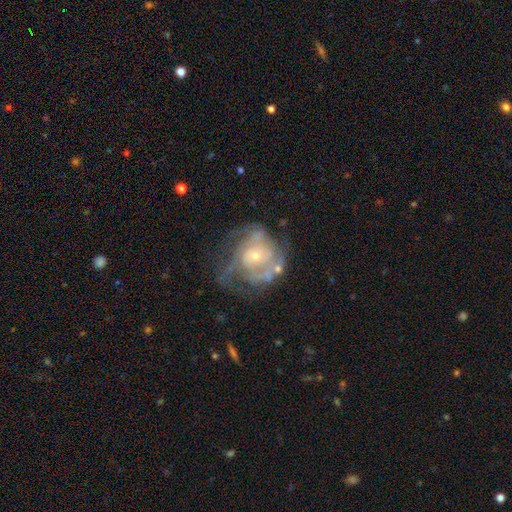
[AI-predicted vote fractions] Q: Smooth or featured?
A: featured or disk (78%); runner-up: smooth (15%)
Q: Edge-on disk?
A: no (97%); runner-up: yes (3%)
Q: Bar?
A: no (75%); runner-up: weak (21%)
Q: Spiral arms?
A: yes (79%); runner-up: no (21%)
Q: Spiral winding?
A: tight (48%); runner-up: medium (36%)
Q: Spiral arm count?
A: can't tell (41%); runner-up: 2 (23%)
Q: Bulge size?
A: small (68%); runner-up: moderate (28%)
Q: Merging?
A: none (45%); runner-up: major disturbance (27%)